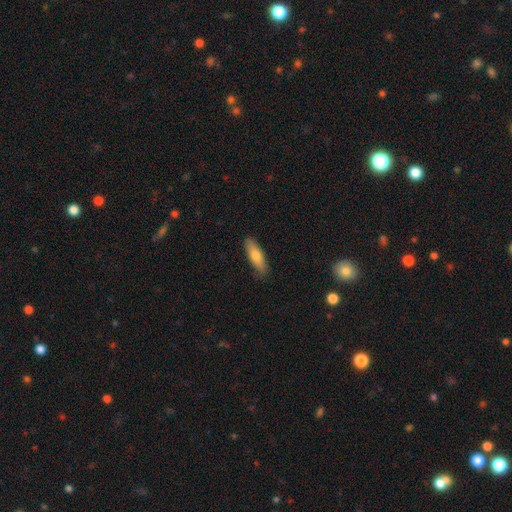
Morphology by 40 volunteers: Q: Smooth or featured?
A: smooth (78%); runner-up: featured or disk (12%)
Q: How rounded?
A: cigar-shaped (58%); runner-up: in between (39%)
Q: Merging?
A: none (81%); runner-up: minor disturbance (19%)